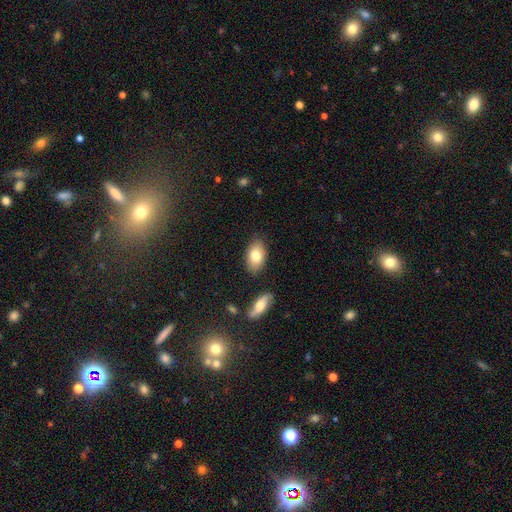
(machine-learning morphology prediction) Smooth or featured?
  - smooth: 80% *
  - featured or disk: 14%
  - star or artifact: 7%
How rounded?
  - in between: 92% *
  - round: 6%
  - cigar-shaped: 2%
Merging?
  - none: 82% *
  - minor disturbance: 12%
  - merger: 4%
  - major disturbance: 2%